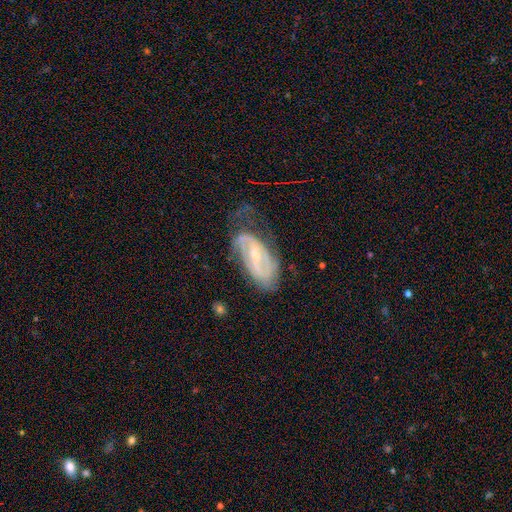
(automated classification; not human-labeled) featured or disk 80%, smooth 13%, star or artifact 7%. Down the decision tree: edge-on disk — no (94%); bar — weak (48%); spiral arms — yes (90%); spiral arm count — 2 (65%); spiral winding — tight (42%, tied with medium); bulge size — small (60%); merging — none (48%).